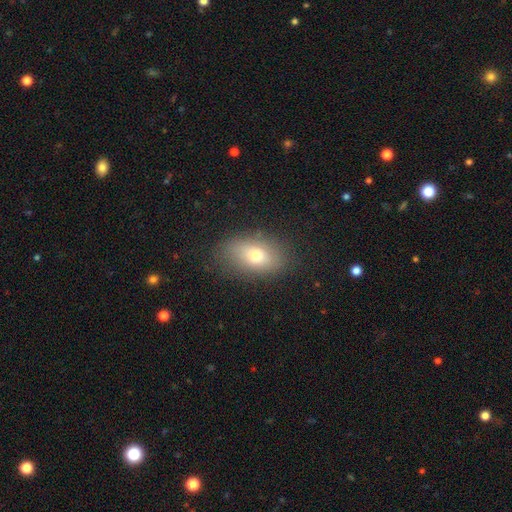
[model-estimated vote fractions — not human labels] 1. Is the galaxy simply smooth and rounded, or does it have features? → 73% smooth, 17% featured or disk, 10% star or artifact.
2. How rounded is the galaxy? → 87% in between, 10% round, 3% cigar-shaped.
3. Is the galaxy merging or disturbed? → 80% none, 14% minor disturbance, 5% major disturbance, 1% merger.